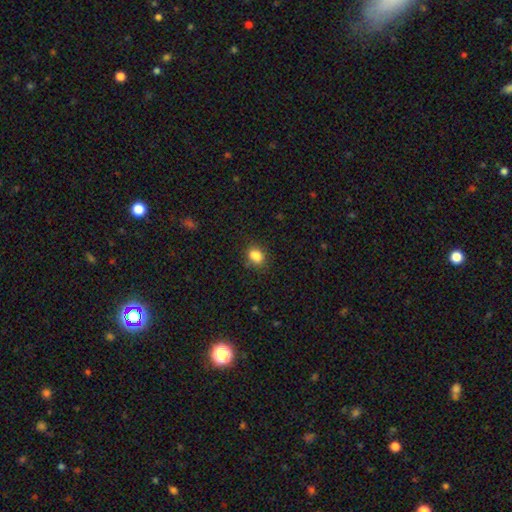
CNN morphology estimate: Smooth or featured? Predicted: smooth (p=0.85). How rounded? Predicted: in between (p=0.63). Merging? Predicted: none (p=0.78).